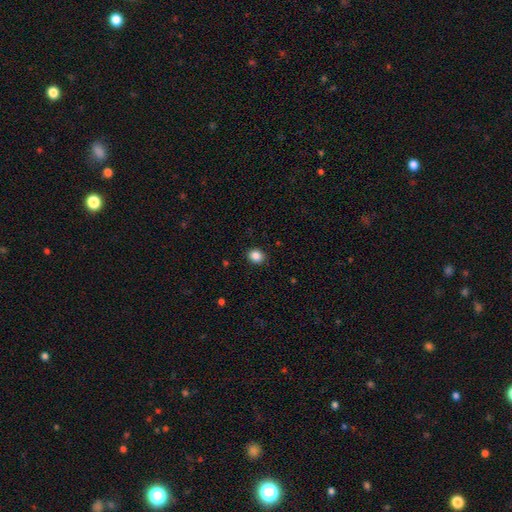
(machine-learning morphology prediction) A smooth galaxy with no disk features (87%) that is round (61%).

Vote fractions:
- Smooth or featured? smooth: 87% / star or artifact: 10% / featured or disk: 3%
- How rounded? round: 61% / in between: 38% / cigar-shaped: 1%
- Merging? none: 90% / minor disturbance: 7% / major disturbance: 2% / merger: 1%